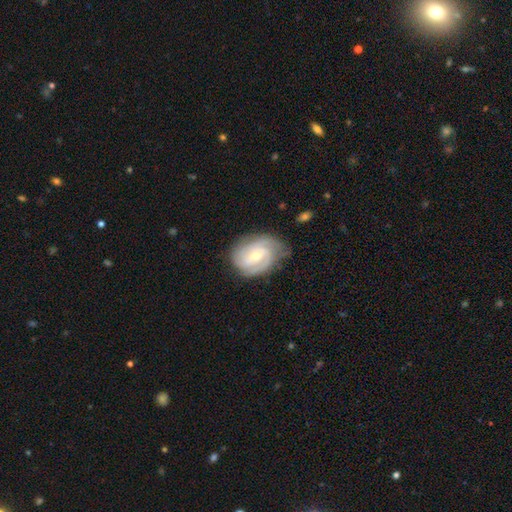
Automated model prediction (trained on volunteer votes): This appears to be a featured or disk galaxy (81%) with a weak bar (46%), 2 (35%) tight (58%) spiral arms (94%) and a small central bulge (52%). Merging: none (68%).